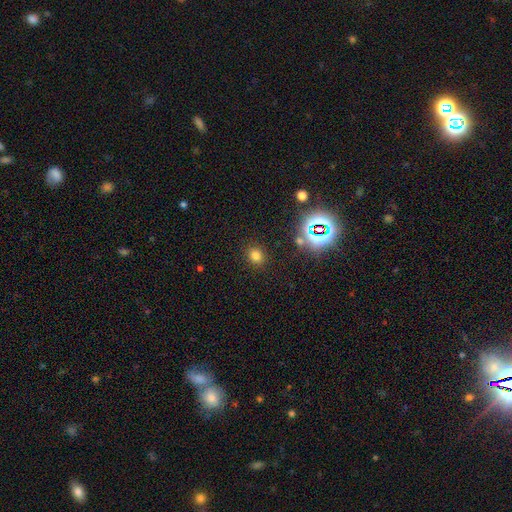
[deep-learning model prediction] This is likely a smooth galaxy (73%). How rounded: likely round (69%). Merging: clearly none (87%).